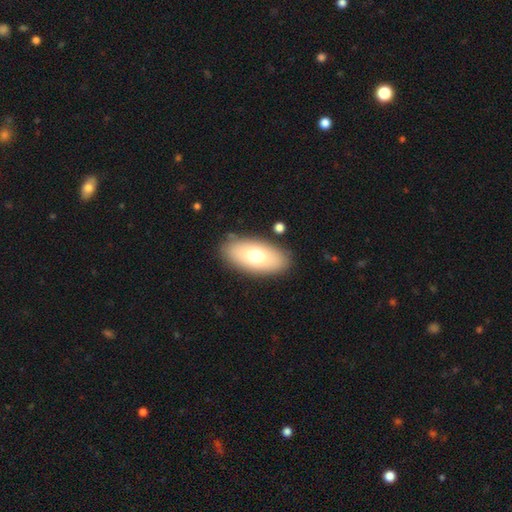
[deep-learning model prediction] Smooth or featured?
  - smooth: 69% *
  - featured or disk: 23%
  - star or artifact: 8%
How rounded?
  - in between: 91% *
  - cigar-shaped: 6%
  - round: 4%
Merging?
  - none: 85% *
  - minor disturbance: 10%
  - major disturbance: 3%
  - merger: 2%